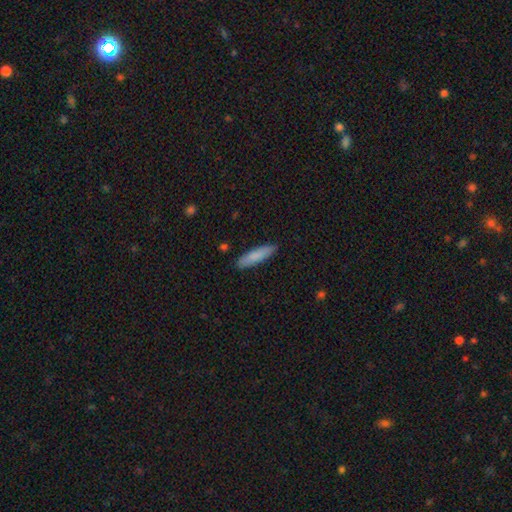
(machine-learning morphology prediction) smooth 84%, featured or disk 11%, star or artifact 6%. Down the decision tree: how rounded — cigar-shaped (75%); merging — none (88%).